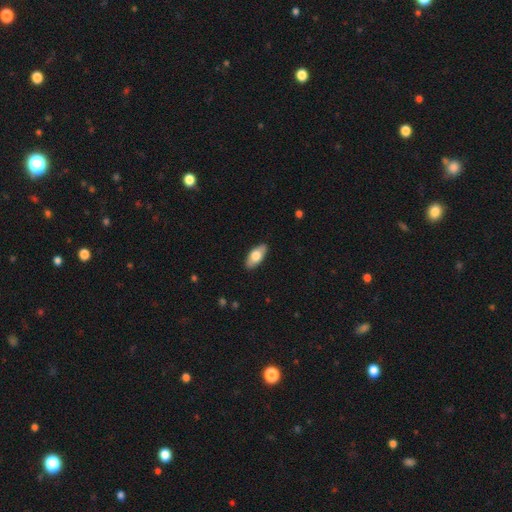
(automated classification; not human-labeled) smooth_or_featured: smooth (p=0.71) [alt: featured or disk p=0.23]
how_rounded: in between (p=0.89) [alt: cigar-shaped p=0.08]
merging: none (p=0.87) [alt: minor disturbance p=0.10]